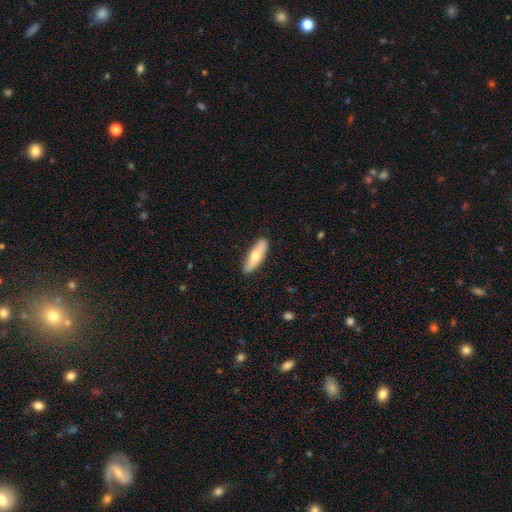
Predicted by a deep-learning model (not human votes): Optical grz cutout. It shows a smooth galaxy with no disk features (67%) that is cigar-shaped (51%). Merging: none (87%).